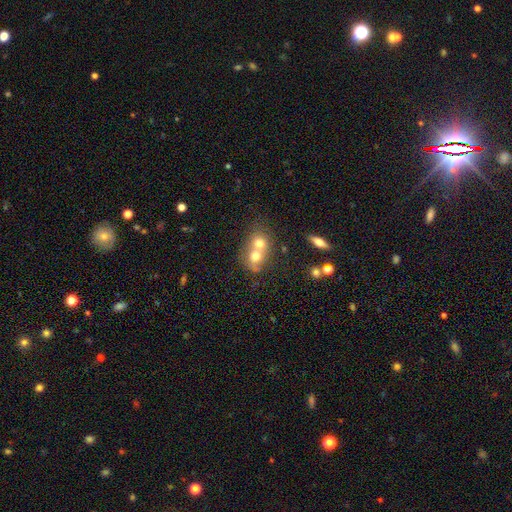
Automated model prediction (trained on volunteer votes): This appears to be a smooth galaxy with no disk features (62%) that is round (62%). Merging: merger (70%).